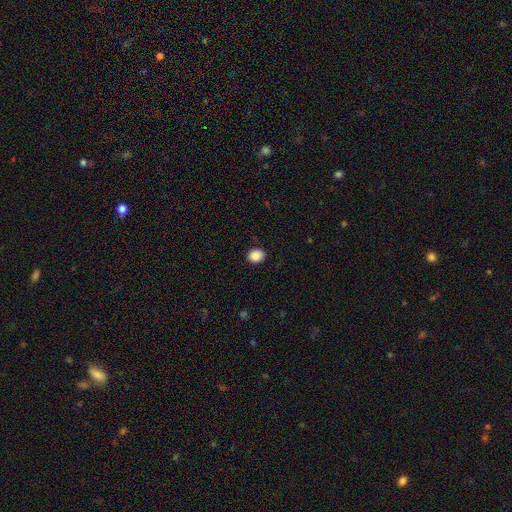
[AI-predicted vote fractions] Smooth or featured: smooth — 89% (star or artifact — 8%)
How rounded: round — 58% (in between — 41%)
Merging: none — 90% (minor disturbance — 7%)